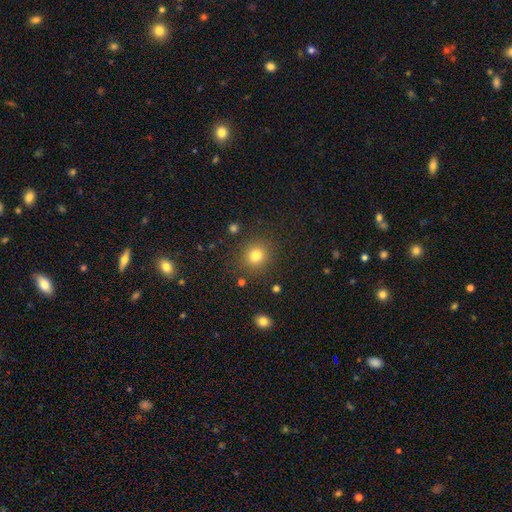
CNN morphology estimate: Smooth or featured? smooth (80%)
How rounded? round (89%)
Merging? none (88%)